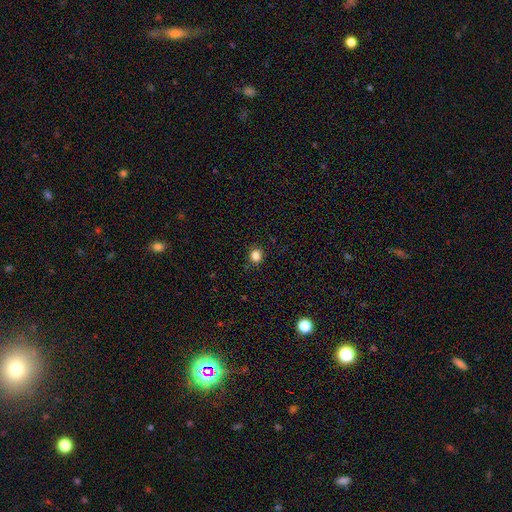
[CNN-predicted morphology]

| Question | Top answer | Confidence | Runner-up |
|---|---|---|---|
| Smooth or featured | smooth | 84% | star or artifact (13%) |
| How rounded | round | 87% | in between (12%) |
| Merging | none | 90% | minor disturbance (7%) |